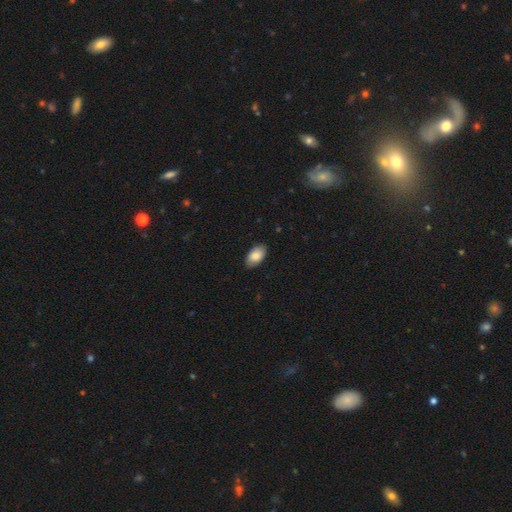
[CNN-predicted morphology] type=smooth (84%); roundness=in between (95%); merging=none (85%).